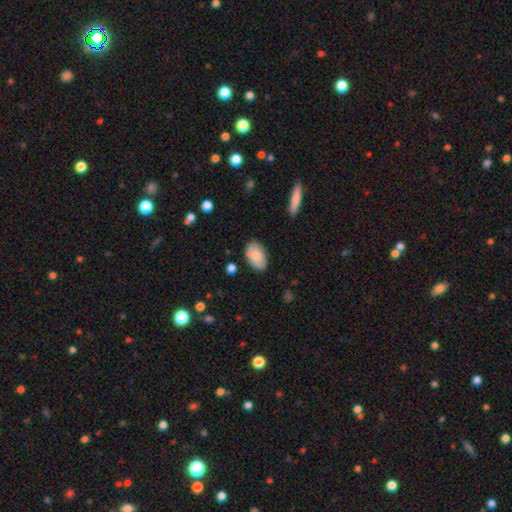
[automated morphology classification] smooth-or-featured: smooth: 84% | featured or disk: 10% | star or artifact: 6%
  how-rounded: in between: 93% | round: 5% | cigar-shaped: 2%
  merging: none: 80% | minor disturbance: 15% | major disturbance: 3% | merger: 2%